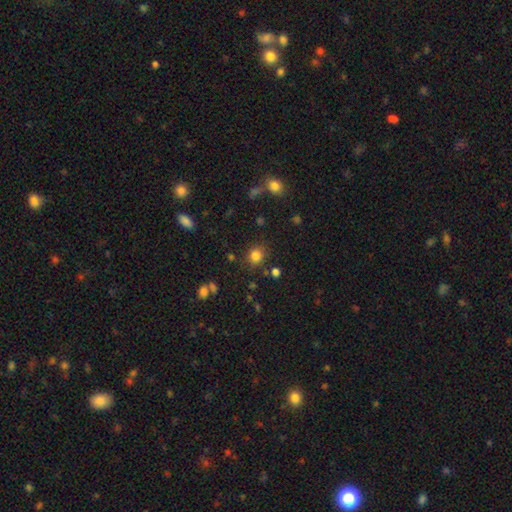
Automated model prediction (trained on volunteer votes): This is clearly a smooth galaxy (81%). How rounded: clearly round (81%). Merging: clearly none (82%).